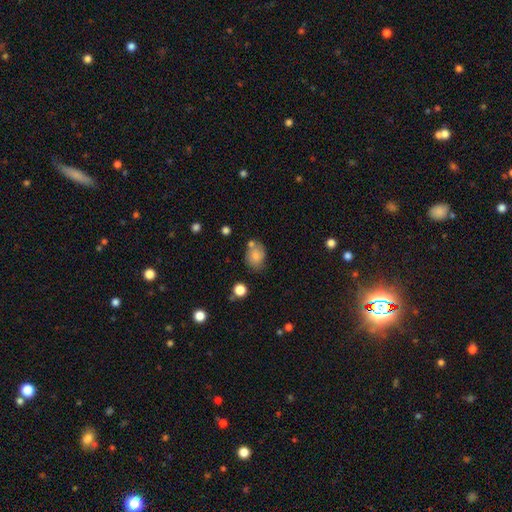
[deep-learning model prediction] Overall: smooth (78%). How rounded: in between (59%; round 40%). Merging: none (61%).